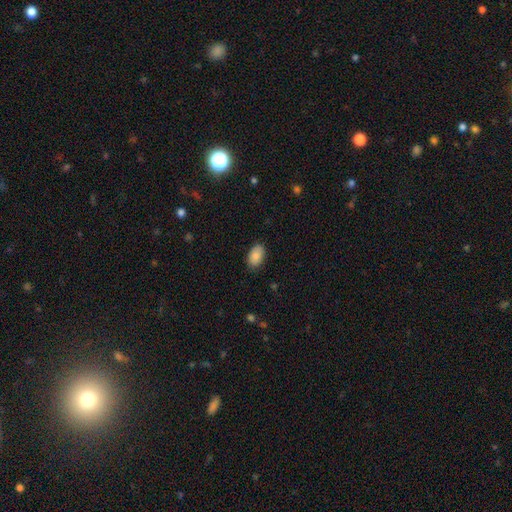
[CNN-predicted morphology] Smooth or featured? Predicted: smooth (p=0.87). How rounded? Predicted: in between (p=0.93). Merging? Predicted: none (p=0.85).